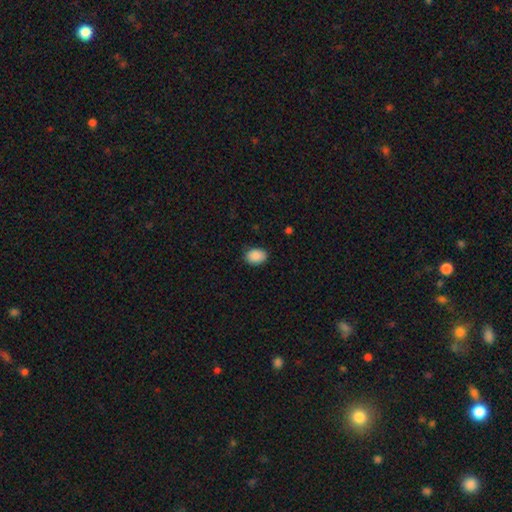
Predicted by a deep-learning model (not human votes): smooth_or_featured: smooth (p=0.90) [alt: star or artifact p=0.08]
how_rounded: in between (p=0.76) [alt: round p=0.24]
merging: none (p=0.85) [alt: minor disturbance p=0.12]